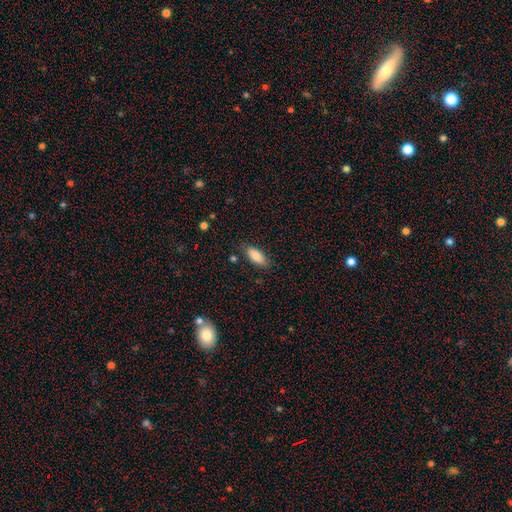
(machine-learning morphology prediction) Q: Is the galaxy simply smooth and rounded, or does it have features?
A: smooth — 84%.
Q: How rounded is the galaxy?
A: in between — 82%.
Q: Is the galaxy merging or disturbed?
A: none — 81%.